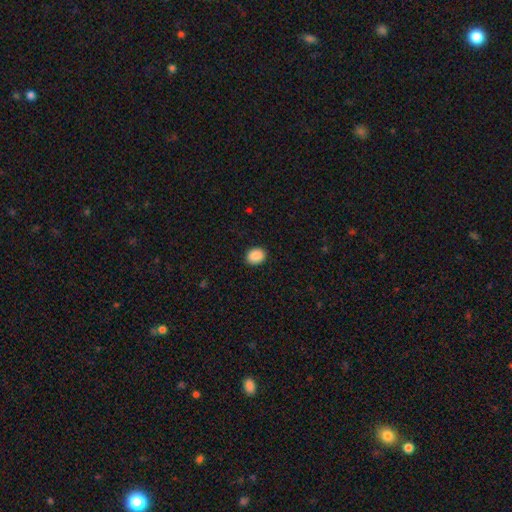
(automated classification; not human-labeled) Smooth or featured? Predicted: smooth (p=0.90). How rounded? Predicted: in between (p=0.51). Merging? Predicted: none (p=0.90).